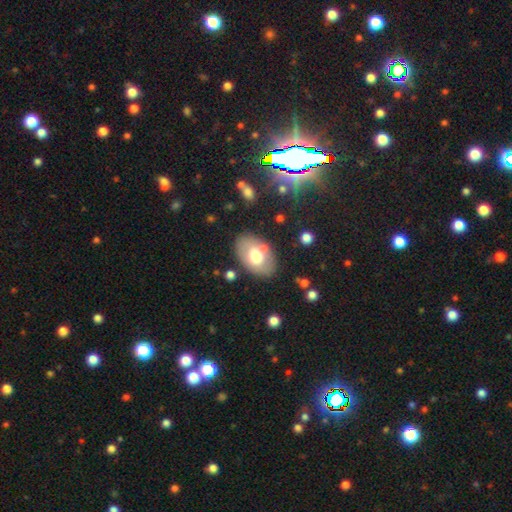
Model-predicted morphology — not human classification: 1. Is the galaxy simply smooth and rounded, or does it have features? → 66% smooth, 27% featured or disk, 8% star or artifact.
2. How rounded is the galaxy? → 85% in between, 13% round, 1% cigar-shaped.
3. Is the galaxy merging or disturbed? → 78% none, 14% minor disturbance, 5% merger, 4% major disturbance.